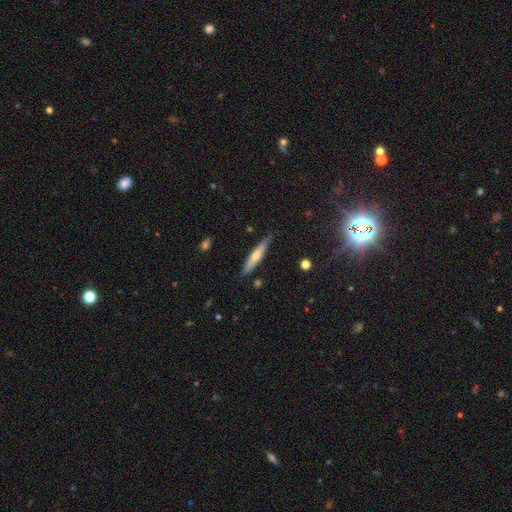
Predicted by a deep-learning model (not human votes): smooth-or-featured: smooth: 47% | featured or disk: 46% | star or artifact: 7%
  merging: none: 82% | minor disturbance: 14% | major disturbance: 2% | merger: 2%